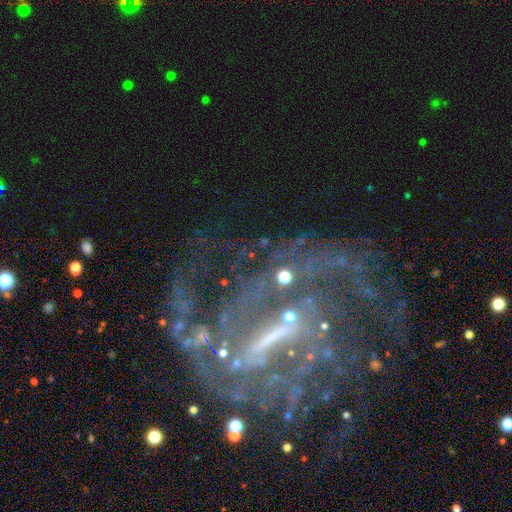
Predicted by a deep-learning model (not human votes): This is clearly a featured or disk galaxy (83%). It is clearly not viewed edge-on (96%). Bar: possibly strong (49%). Spiral arm pattern: clearly yes (86%). Spiral arm count: marginally can't tell (36%). Spiral winding: marginally medium (41%). Central bulge: marginally none (39%). Merging: possibly none (55%).